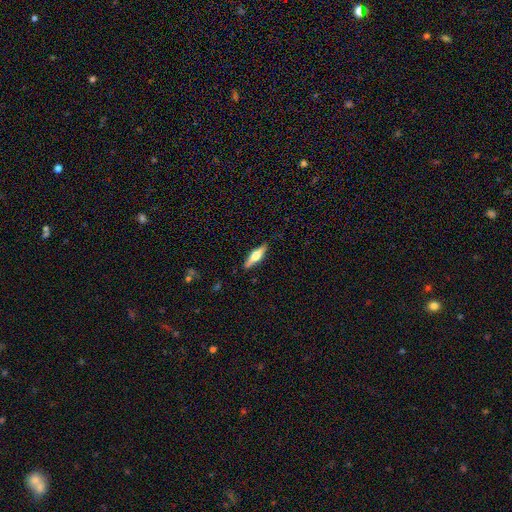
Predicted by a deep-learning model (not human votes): Smooth or featured? Predicted: featured or disk (p=0.52). Edge-on disk? Predicted: yes (p=0.94). Merging? Predicted: none (p=0.88).